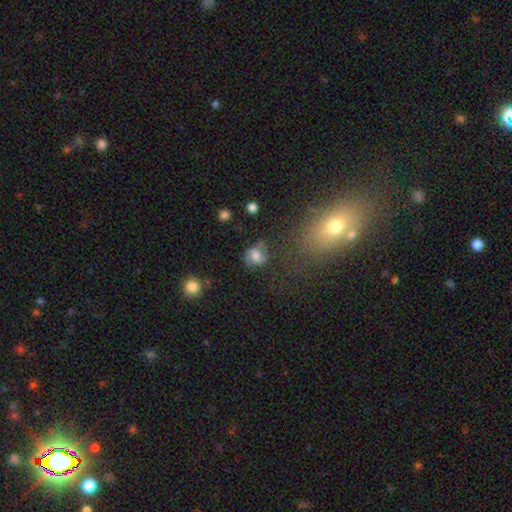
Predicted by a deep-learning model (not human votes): Smooth or featured? Predicted: smooth (p=0.45). Merging? Predicted: none (p=0.60).